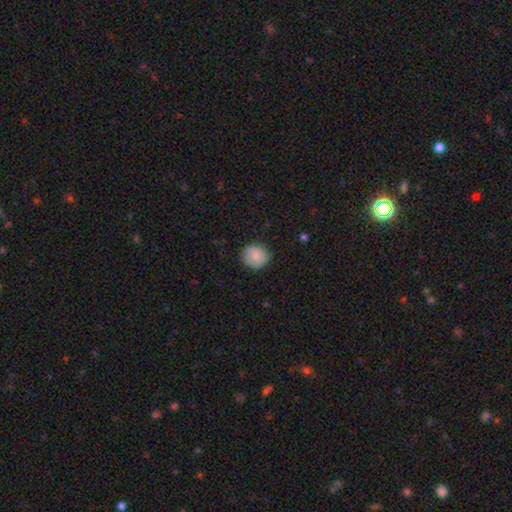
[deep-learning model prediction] Smooth or featured? Predicted: smooth (p=0.86). How rounded? Predicted: round (p=0.85). Merging? Predicted: none (p=0.84).